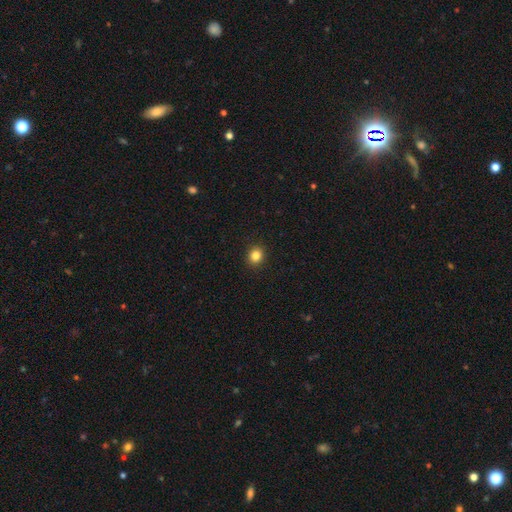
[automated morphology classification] Smooth or featured? smooth (84%)
How rounded? round (79%)
Merging? none (92%)